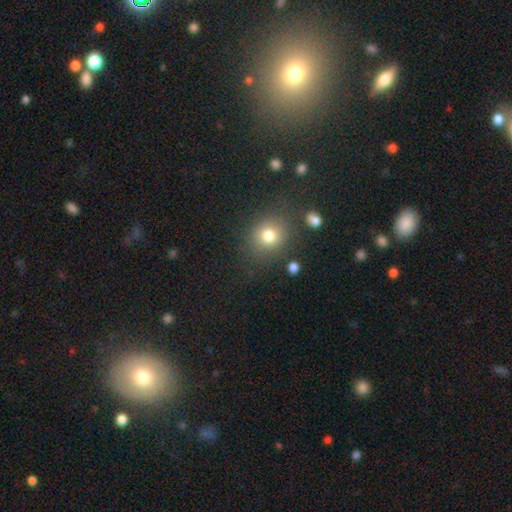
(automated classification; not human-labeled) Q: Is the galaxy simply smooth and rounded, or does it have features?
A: smooth — 64%.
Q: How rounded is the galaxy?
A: round — 75%.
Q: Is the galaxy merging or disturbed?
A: none — 86%.